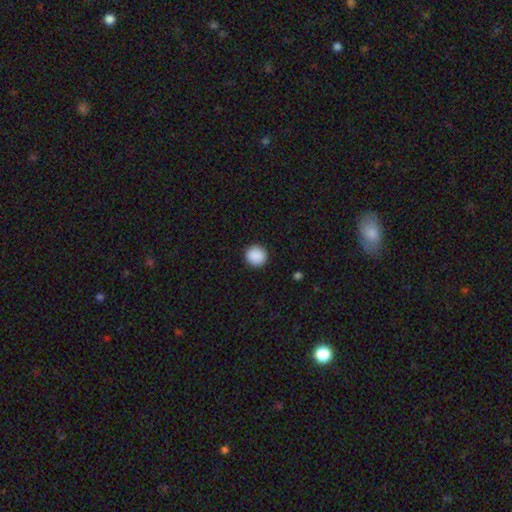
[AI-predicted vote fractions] smooth_or_featured: smooth (p=0.90) [alt: star or artifact p=0.08]
how_rounded: round (p=0.93) [alt: in between p=0.06]
merging: none (p=0.93) [alt: minor disturbance p=0.05]